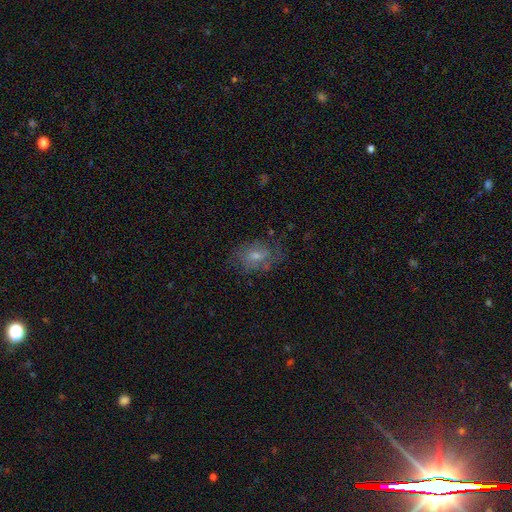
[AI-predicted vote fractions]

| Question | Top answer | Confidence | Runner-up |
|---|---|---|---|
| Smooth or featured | featured or disk | 47% | smooth (37%) |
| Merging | none | 68% | minor disturbance (20%) |